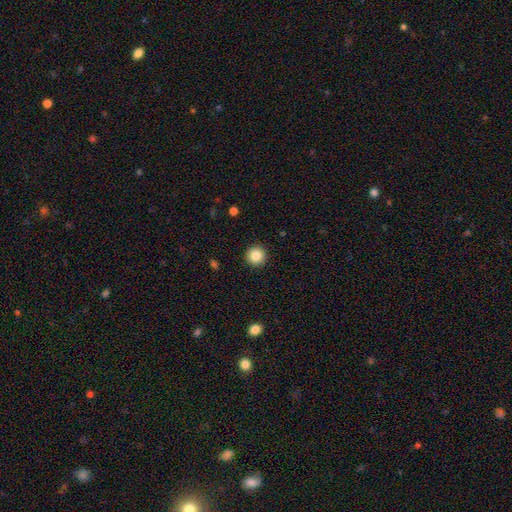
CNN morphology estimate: Smooth or featured: smooth — 86% (star or artifact — 10%)
How rounded: round — 96% (in between — 4%)
Merging: none — 93% (minor disturbance — 5%)